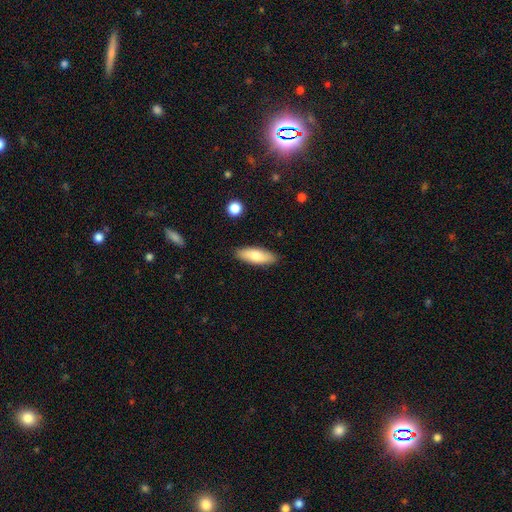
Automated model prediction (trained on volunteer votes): Q: Smooth or featured?
A: smooth (78%); runner-up: featured or disk (17%)
Q: How rounded?
A: in between (66%); runner-up: cigar-shaped (32%)
Q: Merging?
A: none (88%); runner-up: minor disturbance (9%)